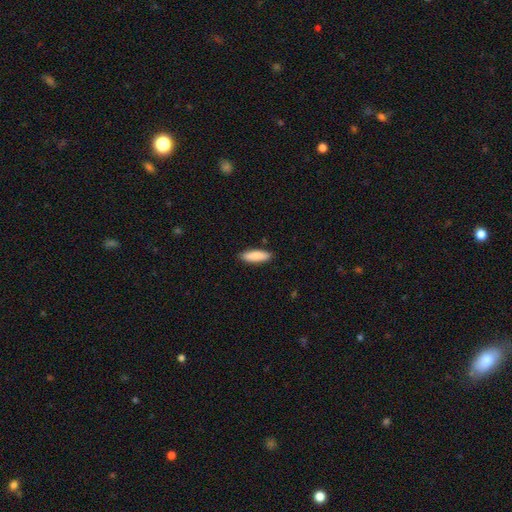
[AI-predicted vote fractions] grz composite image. It shows a smooth galaxy with no disk features (87%) that is cigar-shaped (53%). Merging: none (89%).